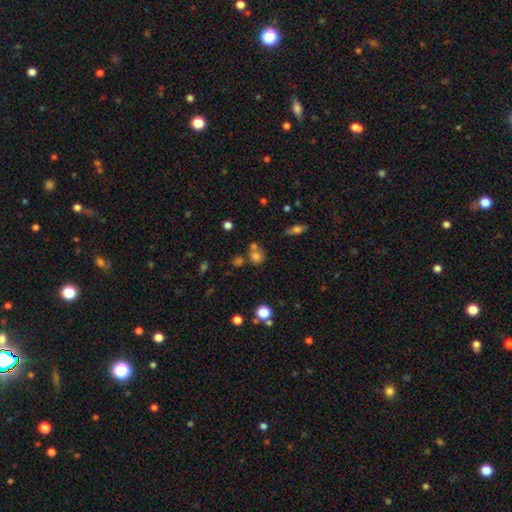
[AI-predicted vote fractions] A smooth galaxy with no disk features (70%) that is round (79%). Merging: none (54%).